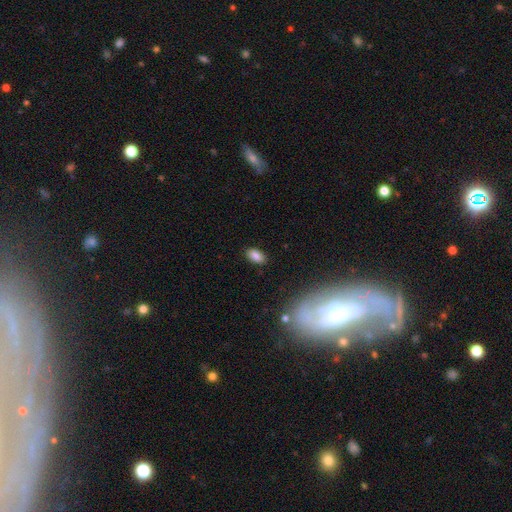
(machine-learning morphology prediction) Smooth or featured? smooth (84%)
How rounded? in between (92%)
Merging? none (86%)